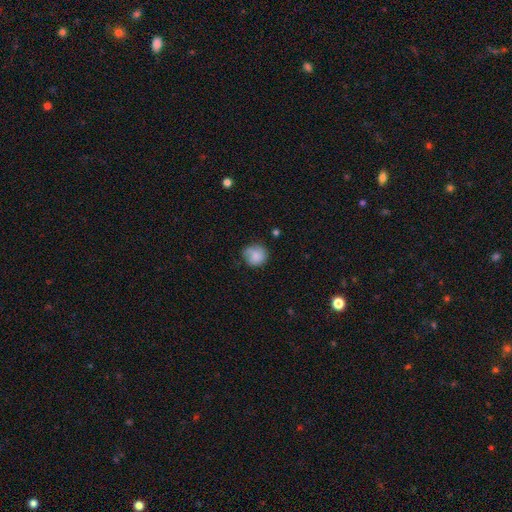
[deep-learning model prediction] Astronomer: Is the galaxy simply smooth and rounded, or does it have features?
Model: smooth — 77%.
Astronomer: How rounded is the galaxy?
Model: round — 85%.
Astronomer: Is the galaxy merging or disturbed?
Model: none — 66%.